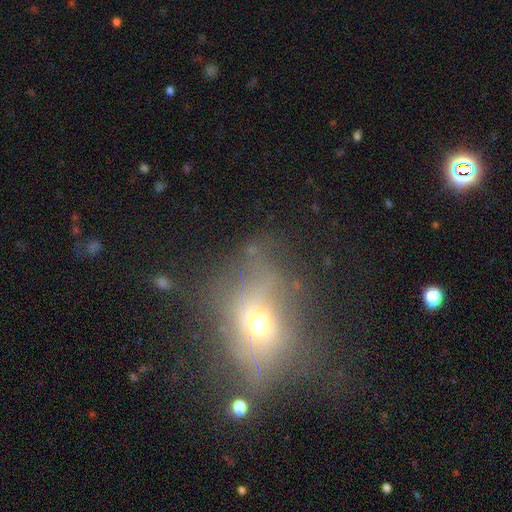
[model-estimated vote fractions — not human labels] Morphology: type=smooth (42%); merging=none (46%).